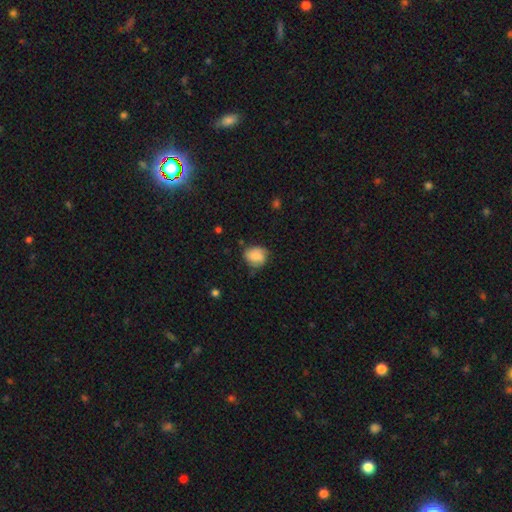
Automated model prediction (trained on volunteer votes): Morphology: type=smooth (71%); roundness=round (62%); merging=none (60%).